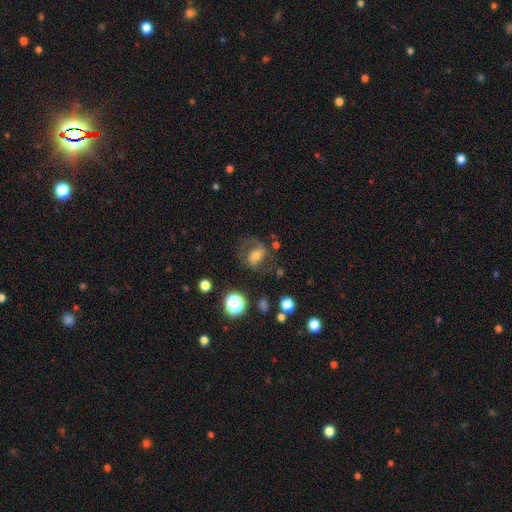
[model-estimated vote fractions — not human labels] Smooth or featured: featured or disk — 48% (smooth — 40%)
Merging: none — 54% (major disturbance — 23%)